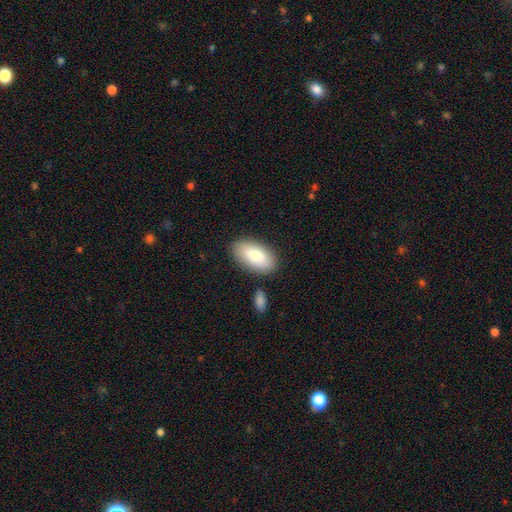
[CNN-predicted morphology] Q: Smooth or featured?
A: smooth (80%); runner-up: featured or disk (14%)
Q: How rounded?
A: in between (94%); runner-up: round (3%)
Q: Merging?
A: none (81%); runner-up: minor disturbance (11%)